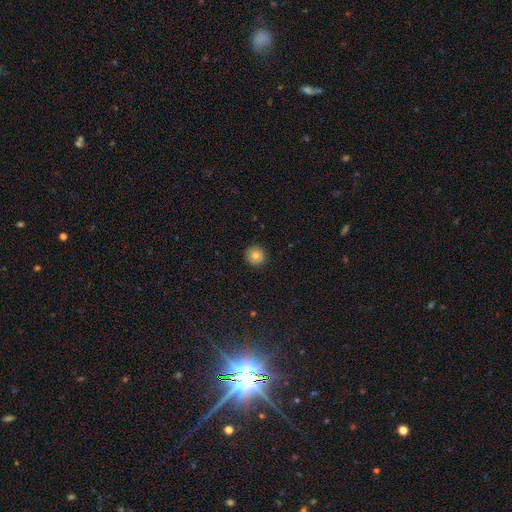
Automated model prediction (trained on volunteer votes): Overall: smooth (78%). How rounded: round (96%). Merging: none (92%).